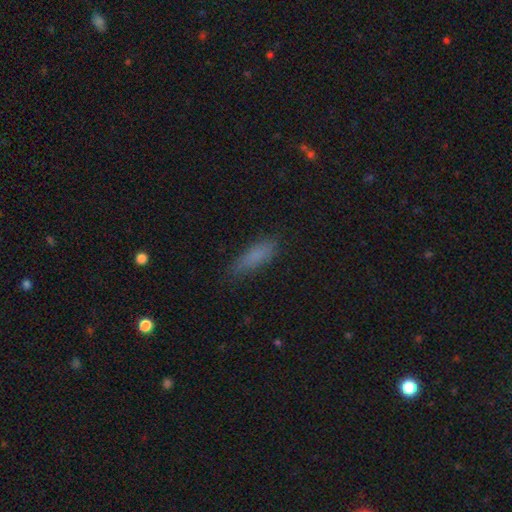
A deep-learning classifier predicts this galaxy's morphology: Smooth or featured?
  - smooth: 82% *
  - star or artifact: 9%
  - featured or disk: 9%
How rounded?
  - cigar-shaped: 53% *
  - in between: 45%
  - round: 2%
Merging?
  - none: 78% *
  - minor disturbance: 16%
  - major disturbance: 4%
  - merger: 1%